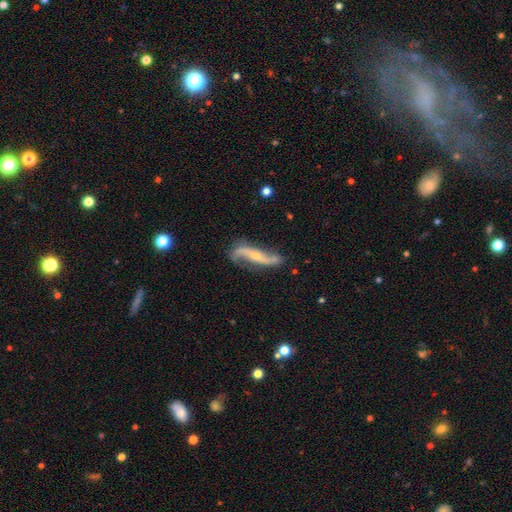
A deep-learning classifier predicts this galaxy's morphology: This is clearly a featured or disk galaxy (85%). It is clearly not viewed edge-on (83%). Bar: possibly no (46%). Spiral arm pattern: clearly yes (95%). Spiral arm count: clearly 2 (92%). Spiral winding: clearly loose (80%). Central bulge: likely small (66%). Merging: likely none (71%).